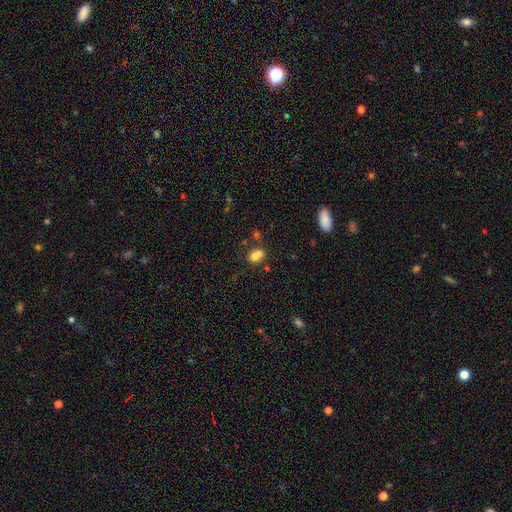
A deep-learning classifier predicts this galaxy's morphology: smooth 71%, featured or disk 15%, star or artifact 14%. Down the decision tree: how rounded — round (54%); merging — merger (50%).